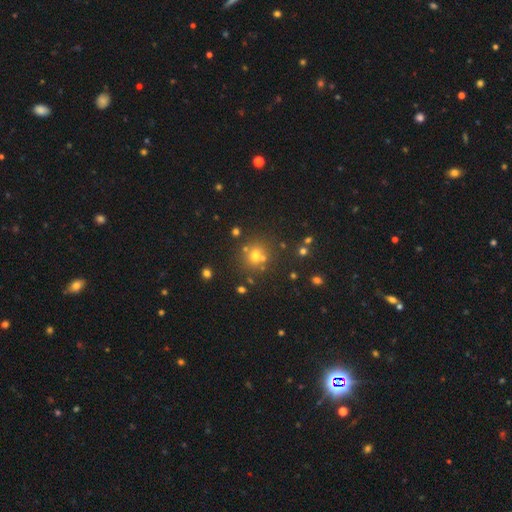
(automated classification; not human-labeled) Smooth or featured? Predicted: smooth (p=0.63). How rounded? Predicted: round (p=0.83). Merging? Predicted: none (p=0.67).